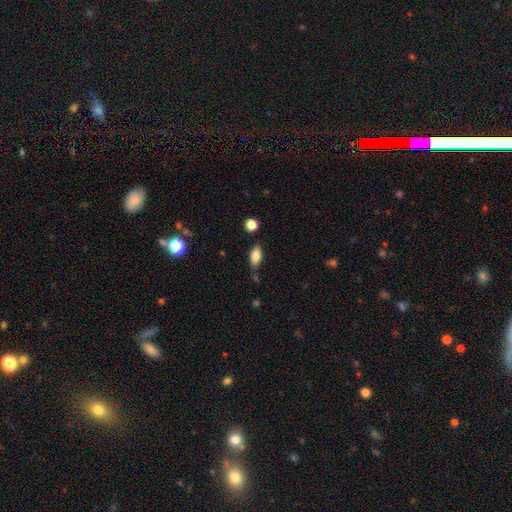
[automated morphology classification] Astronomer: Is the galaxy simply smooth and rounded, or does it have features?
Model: smooth — 83%.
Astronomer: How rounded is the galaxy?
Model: in between — 88%.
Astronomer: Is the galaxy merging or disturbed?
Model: none — 81%.